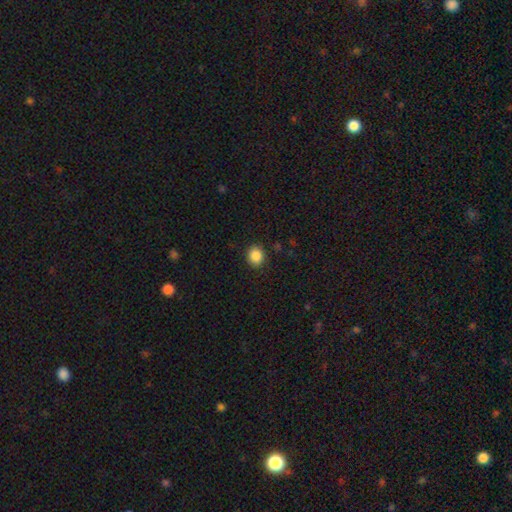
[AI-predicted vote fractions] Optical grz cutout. It shows a smooth galaxy with no disk features (87%) that is round (76%). Merging: none (90%).